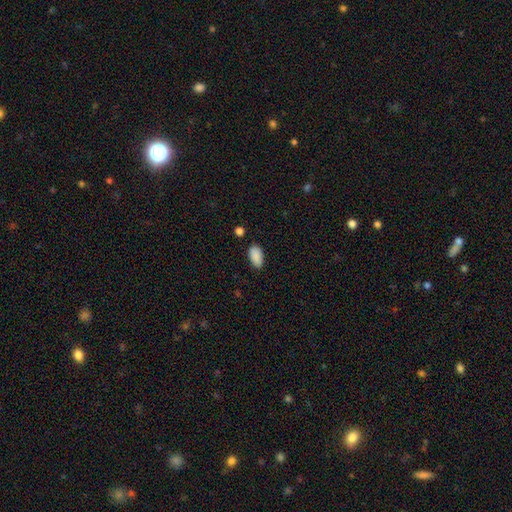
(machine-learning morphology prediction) This appears to be a smooth galaxy with no disk features (90%) that is in between round and cigar-shaped (93%). Merging: none (83%).